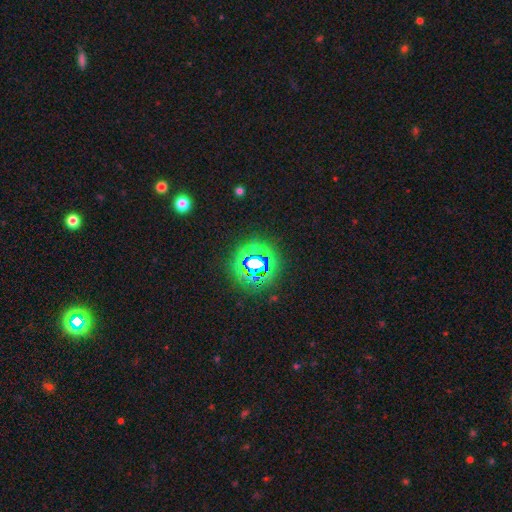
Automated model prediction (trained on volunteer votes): star or artifact 72%, smooth 17%, featured or disk 11%.